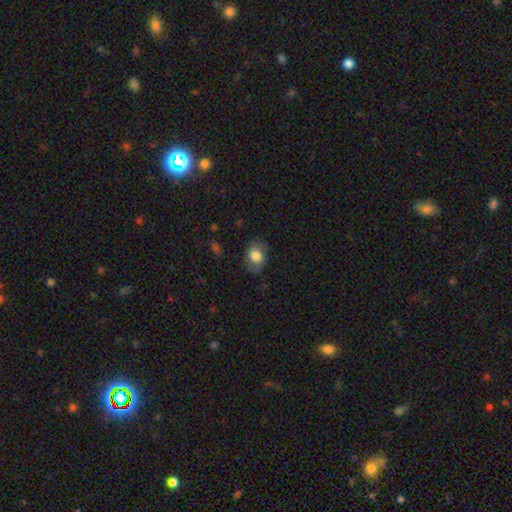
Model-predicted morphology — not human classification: Smooth or featured? Predicted: smooth (p=0.79). How rounded? Predicted: in between (p=0.70). Merging? Predicted: none (p=0.75).